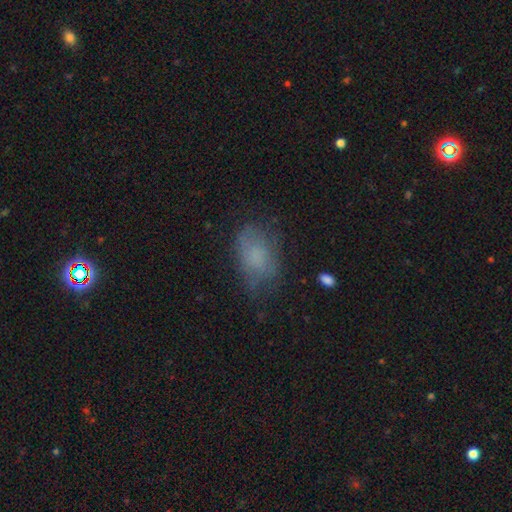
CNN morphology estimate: smooth 69%, featured or disk 19%, star or artifact 12%. Down the decision tree: how rounded — in between (84%); merging — none (57%).